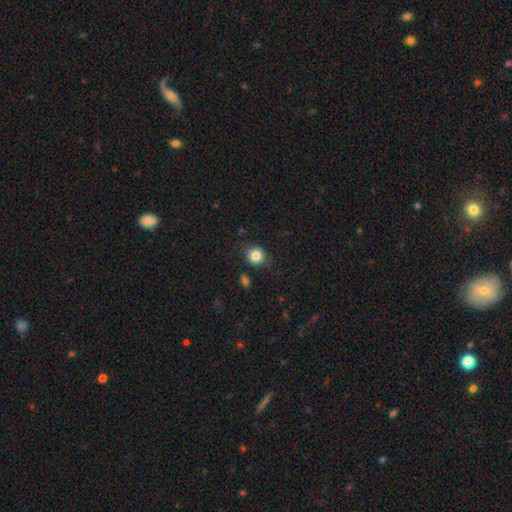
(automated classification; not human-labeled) Overall: smooth (84%). How rounded: round (87%). Merging: none (85%).